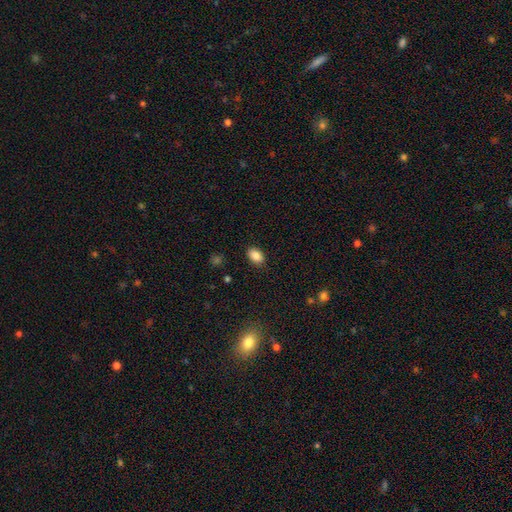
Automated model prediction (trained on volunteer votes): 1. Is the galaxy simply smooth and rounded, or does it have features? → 86% smooth, 9% star or artifact, 5% featured or disk.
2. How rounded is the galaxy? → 85% in between, 14% round, 1% cigar-shaped.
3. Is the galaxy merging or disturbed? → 87% none, 10% minor disturbance, 2% major disturbance, 1% merger.